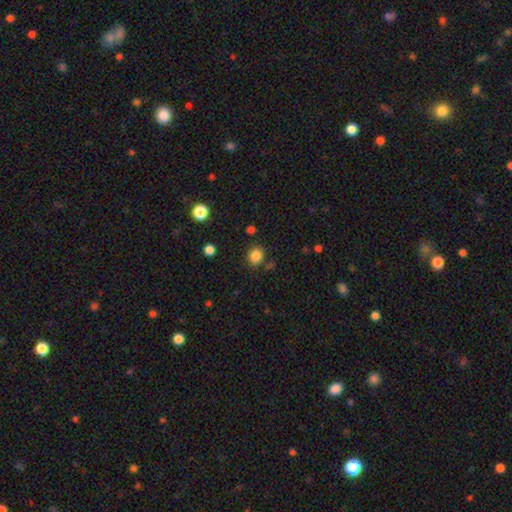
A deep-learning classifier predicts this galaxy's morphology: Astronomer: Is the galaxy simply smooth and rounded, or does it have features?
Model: smooth — 84%.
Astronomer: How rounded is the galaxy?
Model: round — 72%.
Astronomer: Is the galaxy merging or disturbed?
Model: none — 81%.